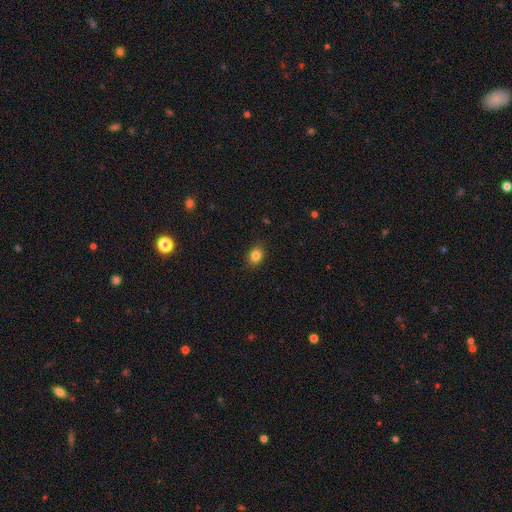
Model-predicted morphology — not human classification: smooth-or-featured: smooth: 84% | star or artifact: 10% | featured or disk: 5%
  how-rounded: in between: 56% | round: 43% | cigar-shaped: 1%
  merging: none: 88% | minor disturbance: 8% | major disturbance: 2% | merger: 1%